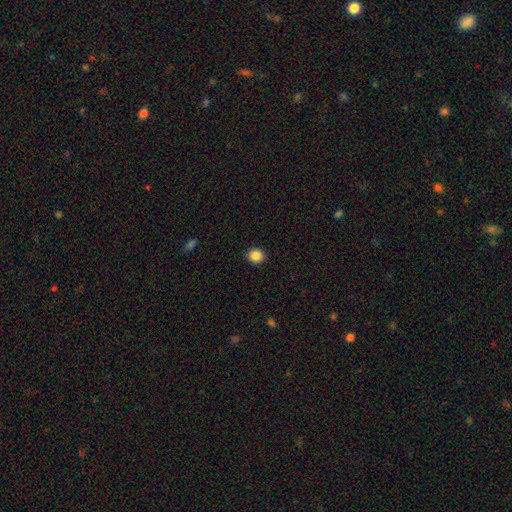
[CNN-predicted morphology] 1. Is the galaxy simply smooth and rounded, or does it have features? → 86% smooth, 10% star or artifact, 4% featured or disk.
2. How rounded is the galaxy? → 76% round, 23% in between, 1% cigar-shaped.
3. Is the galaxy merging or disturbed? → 92% none, 5% minor disturbance, 2% major disturbance, 1% merger.